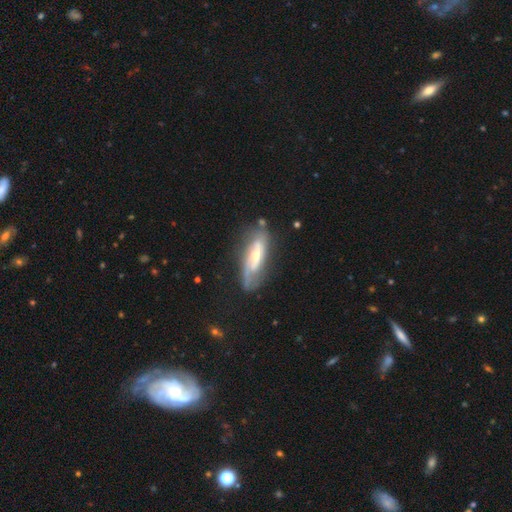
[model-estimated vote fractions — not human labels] smooth-or-featured: featured or disk: 70% | smooth: 23% | star or artifact: 6%
  disk-edge-on: no: 79% | yes: 21%
    bar: weak: 42% | no: 34% | strong: 24%
    has-spiral-arms: yes: 84% | no: 16%
    bulge-size: moderate: 48% | small: 38% | large: 9% | none: 4% | dominant: 1%
  merging: none: 57% | minor disturbance: 24% | major disturbance: 14% | merger: 5%